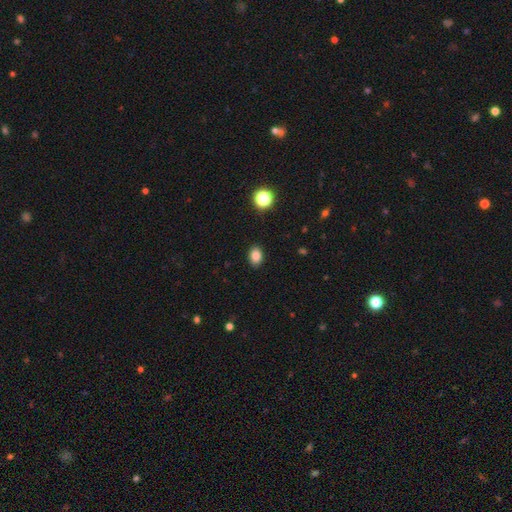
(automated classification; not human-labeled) Smooth or featured: smooth — 84% (star or artifact — 11%)
How rounded: in between — 75% (round — 24%)
Merging: none — 89% (minor disturbance — 8%)